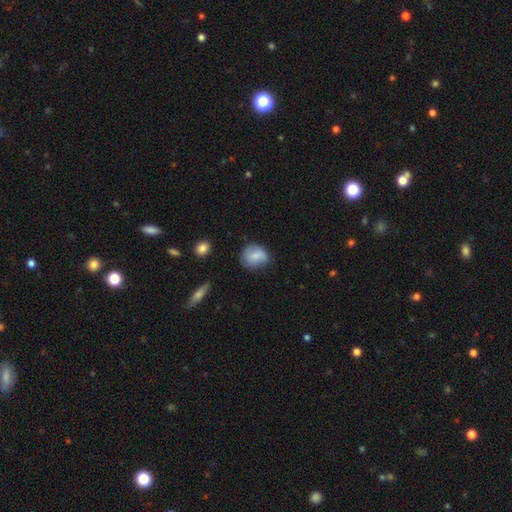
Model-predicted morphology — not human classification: This is likely a smooth galaxy (74%). How rounded: likely round (64%). Merging: likely none (63%).